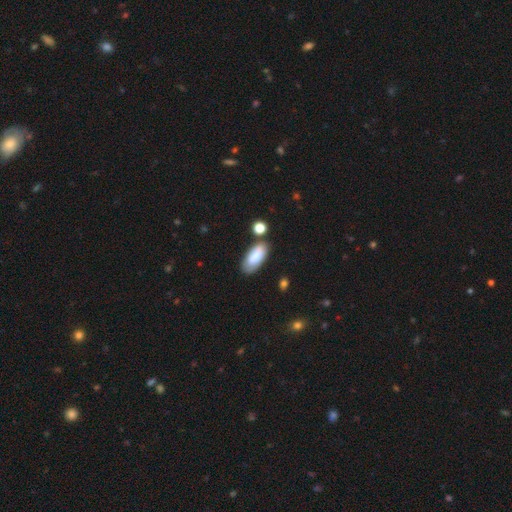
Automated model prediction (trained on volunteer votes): The model was most divided on "merging": none: 71%, minor disturbance: 16%, merger: 8%, major disturbance: 4%. More confident: smooth or featured — smooth (83%); how rounded — in between (82%).